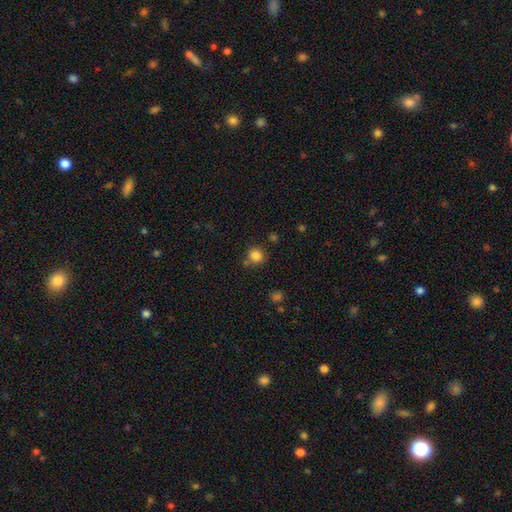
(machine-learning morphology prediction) type=smooth (84%); roundness=round (89%); merging=none (74%).